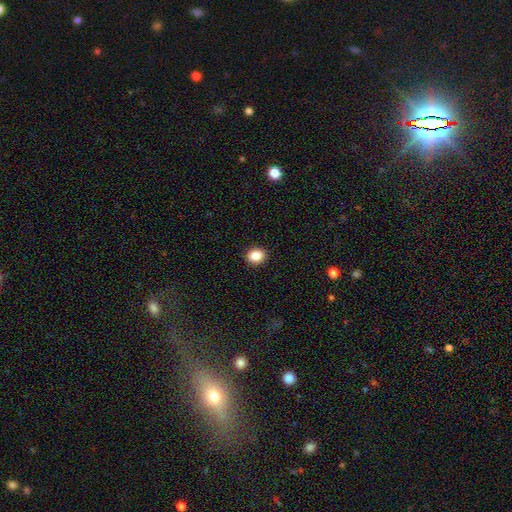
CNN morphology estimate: Smooth or featured? smooth (87%)
How rounded? round (53%)
Merging? none (91%)